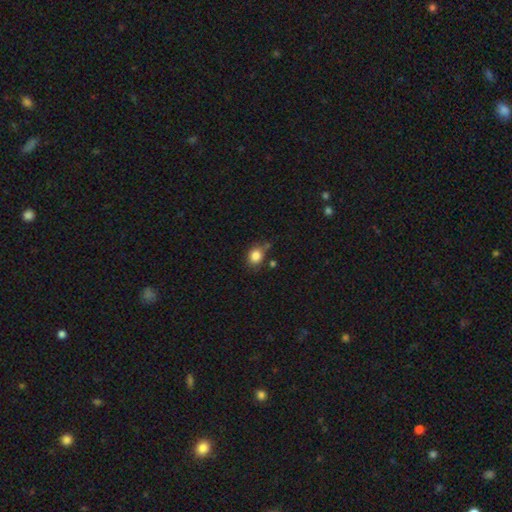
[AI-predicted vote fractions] smooth-or-featured: smooth: 84% | star or artifact: 10% | featured or disk: 6%
  how-rounded: round: 60% | in between: 38% | cigar-shaped: 1%
  merging: none: 63% | minor disturbance: 23% | merger: 8% | major disturbance: 6%